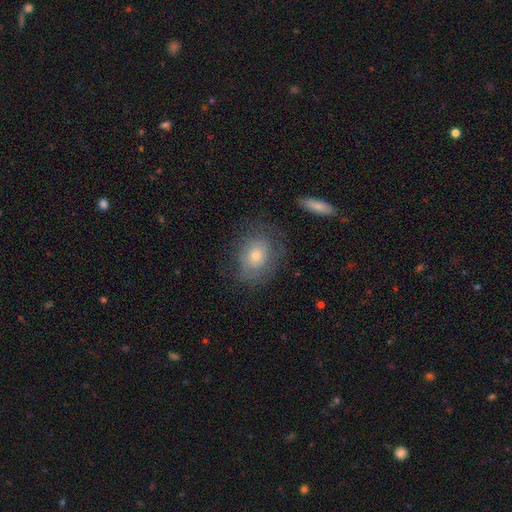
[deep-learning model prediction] A smooth galaxy with no disk features (54%) that is in between round and cigar-shaped (52%). Merging: none (70%).